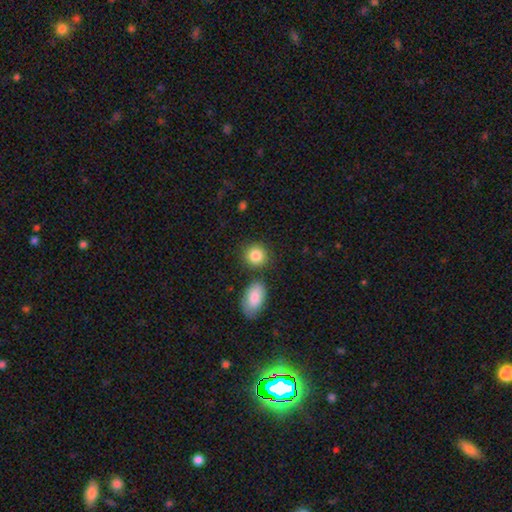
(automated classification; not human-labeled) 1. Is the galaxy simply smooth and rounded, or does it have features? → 86% smooth, 8% star or artifact, 6% featured or disk.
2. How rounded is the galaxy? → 79% round, 20% in between, 1% cigar-shaped.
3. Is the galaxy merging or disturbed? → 74% none, 12% merger, 10% minor disturbance, 3% major disturbance.